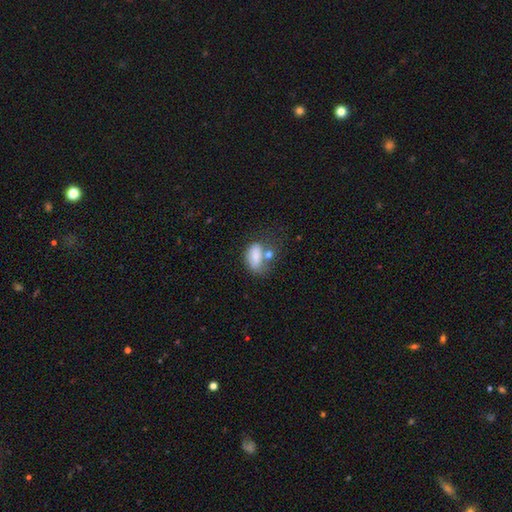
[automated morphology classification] Smooth or featured? Predicted: smooth (p=0.75). How rounded? Predicted: in between (p=0.85). Merging? Predicted: none (p=0.33).